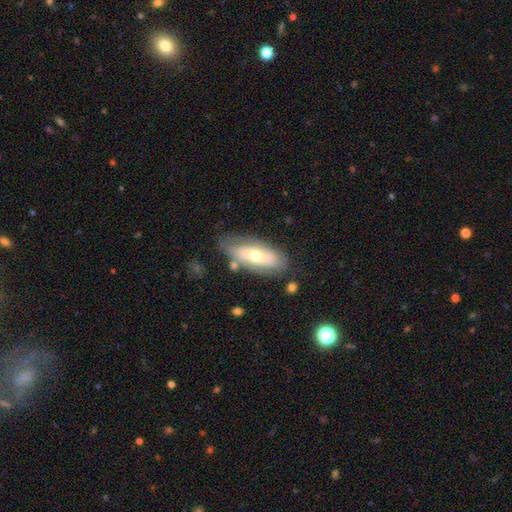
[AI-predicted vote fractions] A featured or disk galaxy (54%).

Vote fractions:
- Smooth or featured? featured or disk: 54% / smooth: 40% / star or artifact: 6%
- Edge-on disk? no: 83% / yes: 17%
- Merging? none: 68% / minor disturbance: 20% / major disturbance: 7% / merger: 6%